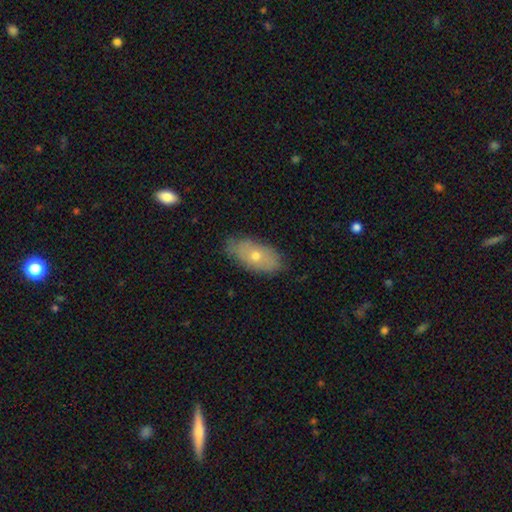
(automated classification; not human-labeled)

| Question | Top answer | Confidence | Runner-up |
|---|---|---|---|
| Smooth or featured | smooth | 58% | featured or disk (35%) |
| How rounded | in between | 88% | cigar-shaped (6%) |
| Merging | none | 74% | minor disturbance (21%) |